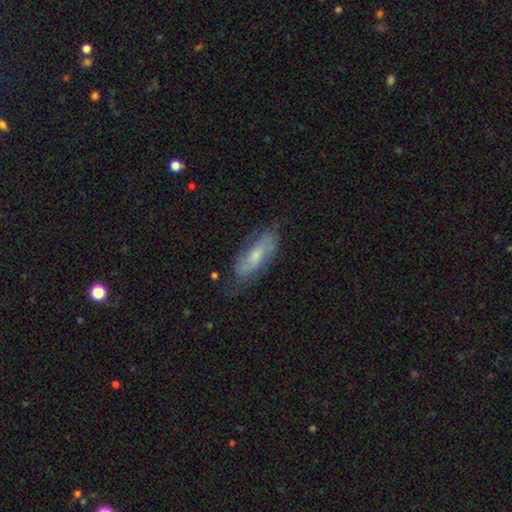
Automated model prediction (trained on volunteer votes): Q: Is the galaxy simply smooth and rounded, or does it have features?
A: featured or disk — 49%.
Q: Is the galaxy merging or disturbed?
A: none — 67%.